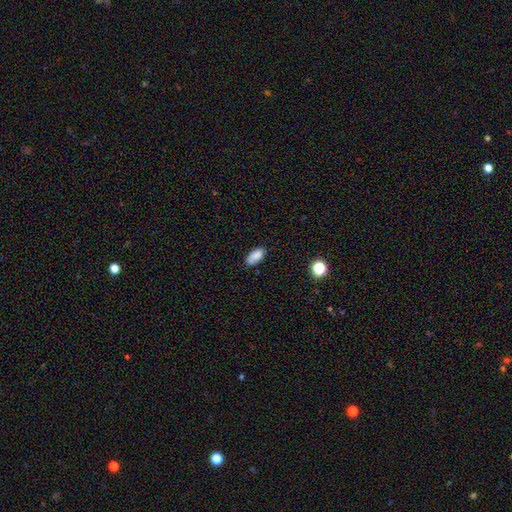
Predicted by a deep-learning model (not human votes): A smooth galaxy with no disk features (86%) that is in between round and cigar-shaped (90%).

Vote fractions:
- Smooth or featured? smooth: 86% / star or artifact: 8% / featured or disk: 5%
- How rounded? in between: 90% / cigar-shaped: 7% / round: 3%
- Merging? none: 79% / minor disturbance: 16% / major disturbance: 3% / merger: 2%